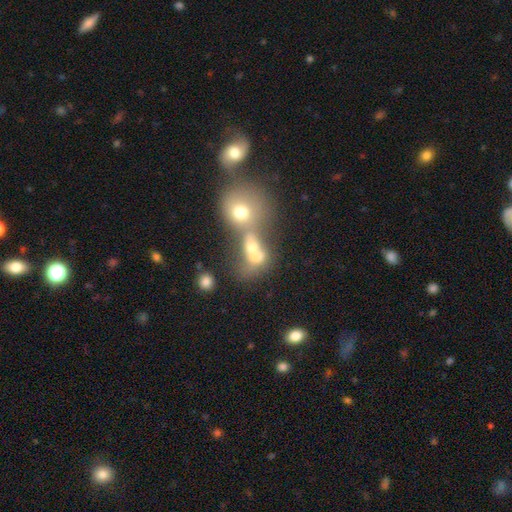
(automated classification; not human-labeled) Smooth or featured: smooth — 55% (featured or disk — 24%)
How rounded: round — 62% (in between — 36%)
Merging: merger — 66% (none — 21%)